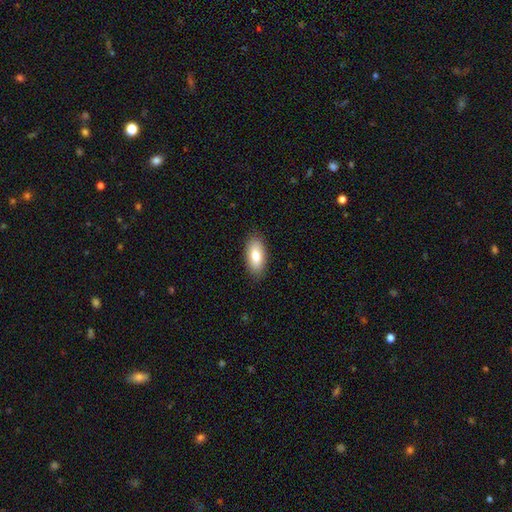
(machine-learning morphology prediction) smooth-or-featured: smooth: 79% | featured or disk: 14% | star or artifact: 7%
  how-rounded: in between: 91% | cigar-shaped: 6% | round: 3%
  merging: none: 88% | minor disturbance: 9% | major disturbance: 2% | merger: 1%